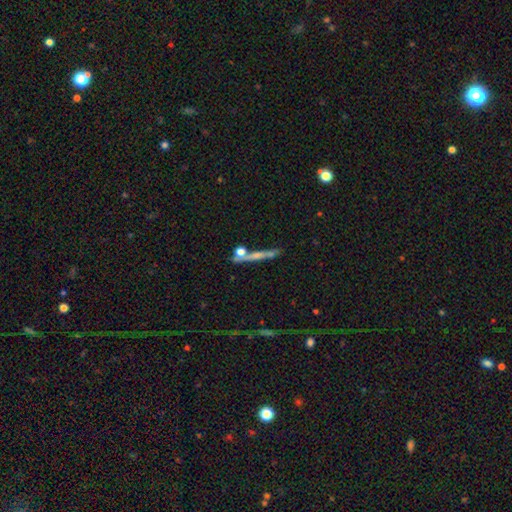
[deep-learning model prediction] A featured or disk galaxy (45%). Merging: none (67%).